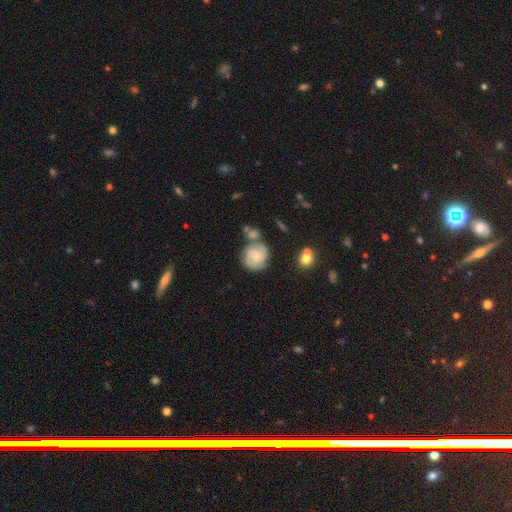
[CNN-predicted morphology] This appears to be a featured or disk galaxy (65%) with no bar (71%), 2 (39%) tight (59%) spiral arms (89%) and a small central bulge (61%). Merging: none (54%).